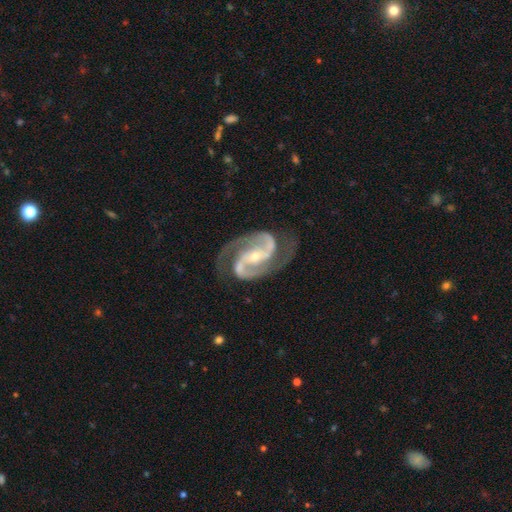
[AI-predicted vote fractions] A featured or disk galaxy (94%) with a strong bar (52%), 2 (93%) medium (62%) spiral arms (99%) and a small central bulge (62%). Merging: none (78%).